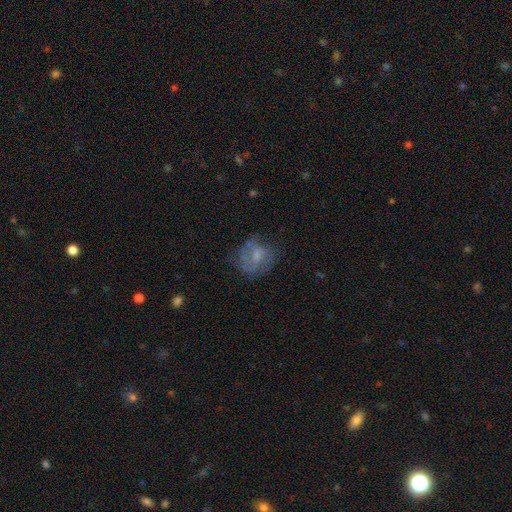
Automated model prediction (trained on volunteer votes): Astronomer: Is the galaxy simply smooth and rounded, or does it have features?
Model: featured or disk — 48% (runner-up: smooth, 42%).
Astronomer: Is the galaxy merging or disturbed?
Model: none — 49% (runner-up: minor disturbance, 25%).